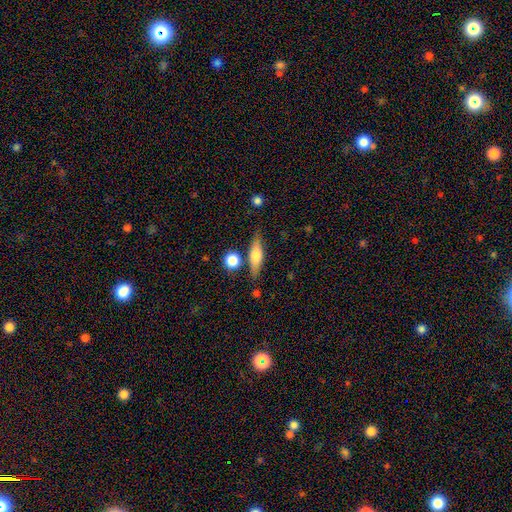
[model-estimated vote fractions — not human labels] Smooth or featured: smooth — 54% (featured or disk — 39%)
How rounded: cigar-shaped — 57% (in between — 38%)
Merging: none — 76% (minor disturbance — 12%)